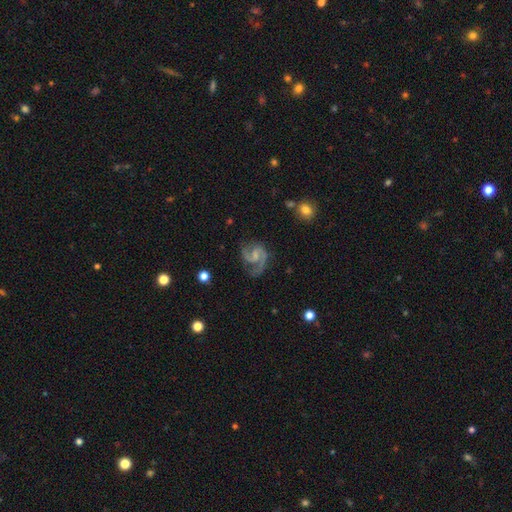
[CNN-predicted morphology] smooth_or_featured: featured or disk (p=0.90) [alt: smooth p=0.05]
disk_edge_on: no (p=0.98) [alt: yes p=0.02]
bar: weak (p=0.49) [alt: no p=0.39]
has_spiral_arms: yes (p=0.98) [alt: no p=0.02]
spiral_winding: medium (p=0.61) [alt: loose p=0.20]
spiral_arm_count: 2 (p=0.89) [alt: 1 p=0.03]
bulge_size: small (p=0.50) [alt: moderate p=0.24]
merging: none (p=0.68) [alt: minor disturbance p=0.19]